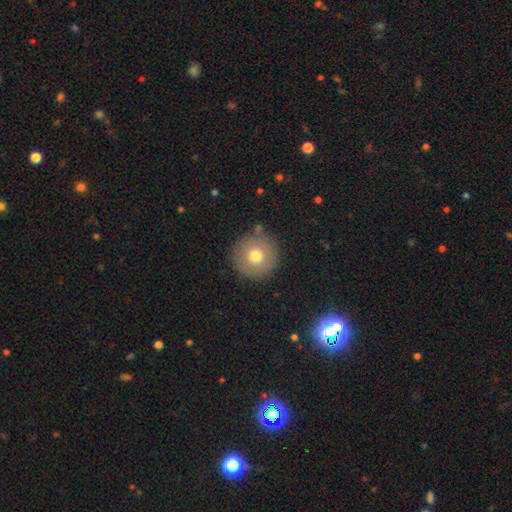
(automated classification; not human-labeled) This appears to be a smooth galaxy with no disk features (73%) that is round (96%). Merging: none (84%).